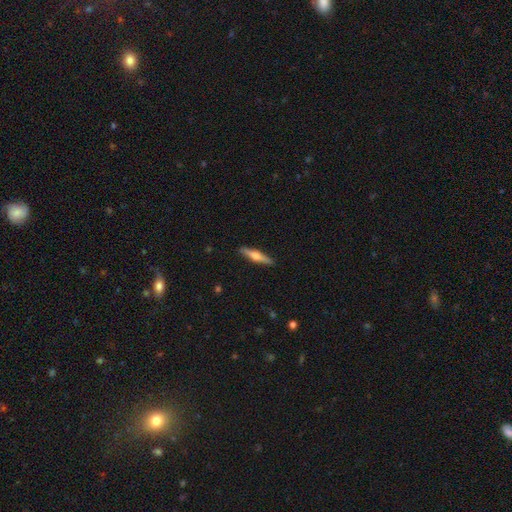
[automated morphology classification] featured or disk 54%, smooth 40%, star or artifact 5%. Down the decision tree: edge-on disk — yes (96%); edge-on bulge — rounded (89%); merging — none (90%).